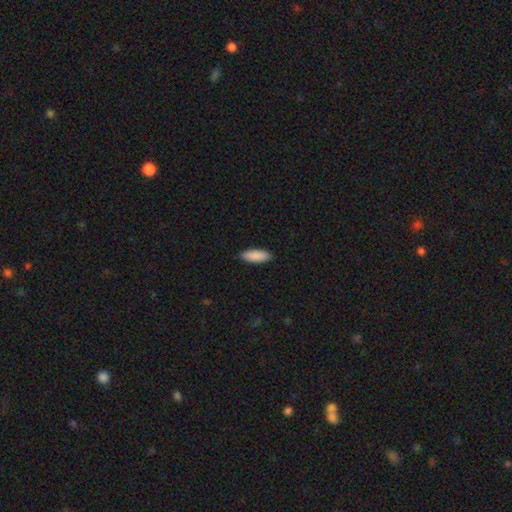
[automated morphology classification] A smooth galaxy with no disk features (90%) that is in between round and cigar-shaped (66%). Merging: none (90%).